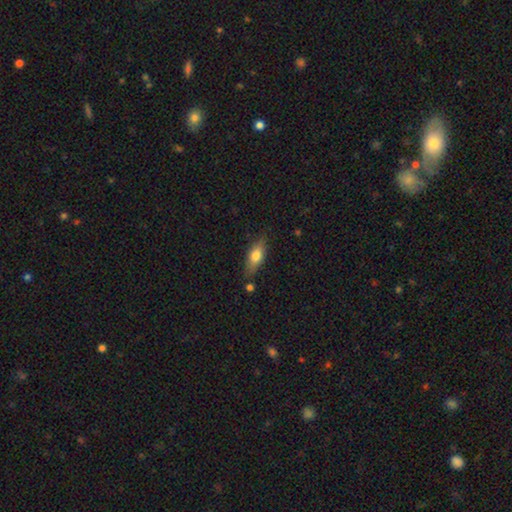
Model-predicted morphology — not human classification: smooth-or-featured: smooth: 69% | featured or disk: 24% | star or artifact: 7%
  how-rounded: in between: 69% | cigar-shaped: 27% | round: 4%
  merging: none: 77% | minor disturbance: 16% | merger: 4% | major disturbance: 3%